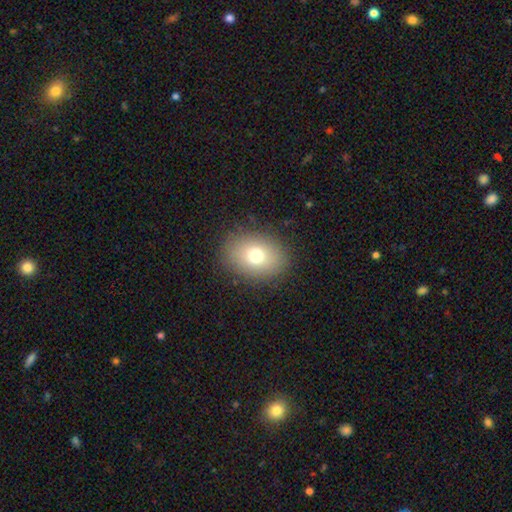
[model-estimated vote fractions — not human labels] This appears to be a smooth galaxy with no disk features (73%) that is in between round and cigar-shaped (65%). Merging: none (87%).